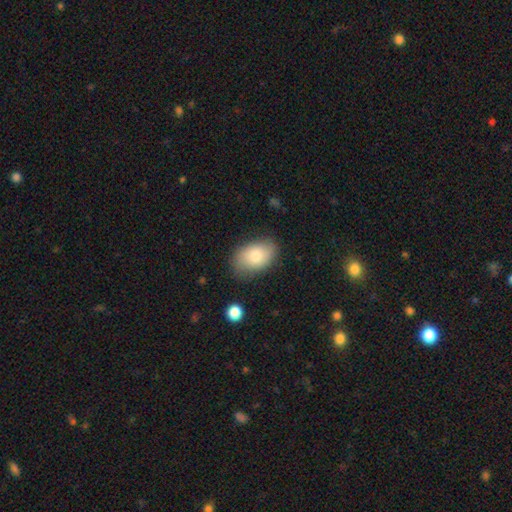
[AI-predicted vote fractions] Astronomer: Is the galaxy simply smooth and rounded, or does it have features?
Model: smooth — 76%.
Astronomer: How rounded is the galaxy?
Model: in between — 87%.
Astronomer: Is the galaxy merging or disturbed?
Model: none — 77%.